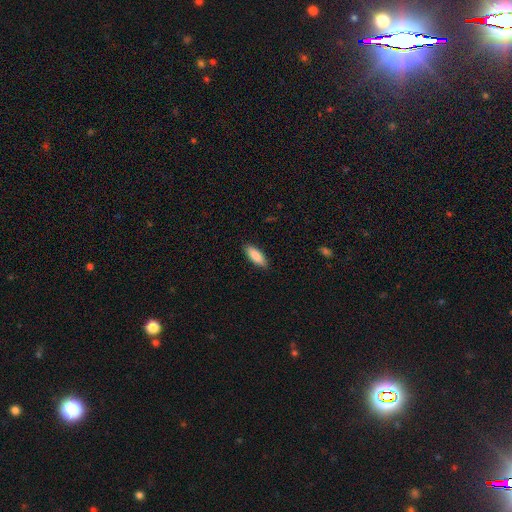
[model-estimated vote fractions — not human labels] smooth 86%, featured or disk 8%, star or artifact 6%. Down the decision tree: how rounded — in between (66%); merging — none (89%).